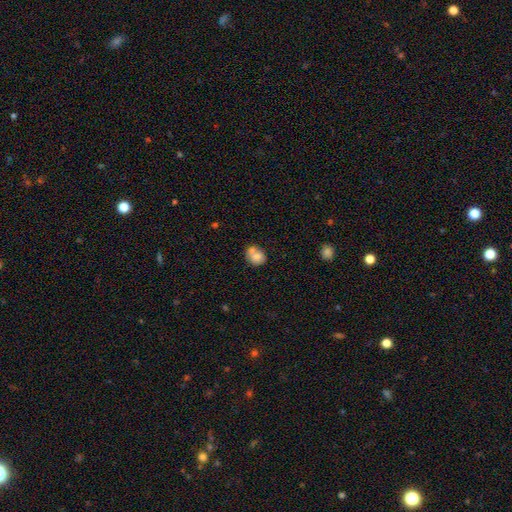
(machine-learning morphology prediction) This appears to be a smooth galaxy with no disk features (73%) that is round (61%). Merging: none (42%).